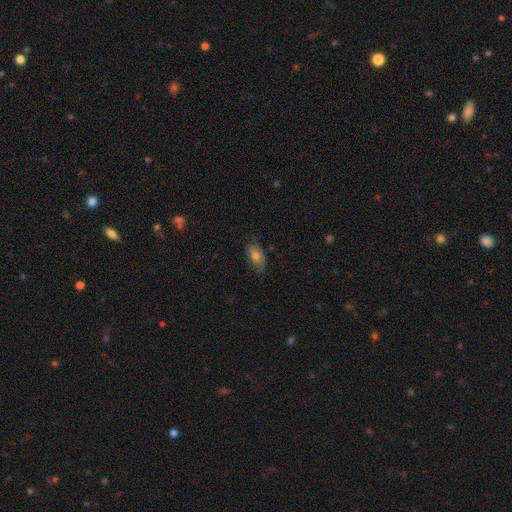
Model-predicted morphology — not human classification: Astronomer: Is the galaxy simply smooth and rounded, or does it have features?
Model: smooth — 74%.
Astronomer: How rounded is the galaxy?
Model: in between — 90%.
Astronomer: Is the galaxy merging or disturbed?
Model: none — 74%.